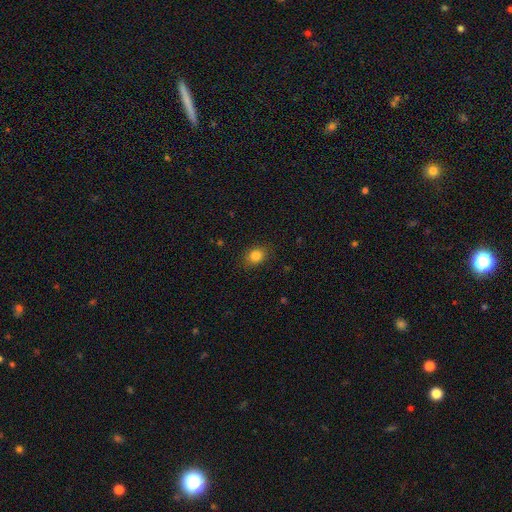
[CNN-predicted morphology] Q: Smooth or featured?
A: smooth (84%); runner-up: star or artifact (11%)
Q: How rounded?
A: in between (51%); runner-up: round (48%)
Q: Merging?
A: none (86%); runner-up: minor disturbance (10%)